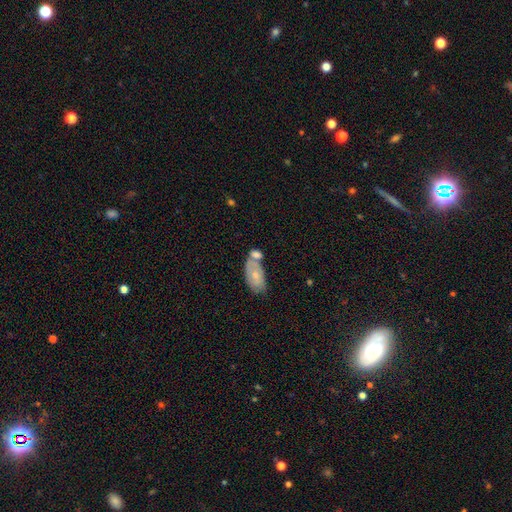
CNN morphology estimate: Smooth or featured?
  - smooth: 62% *
  - featured or disk: 31%
  - star or artifact: 7%
How rounded?
  - in between: 85% *
  - round: 10%
  - cigar-shaped: 5%
Merging?
  - merger: 44% *
  - none: 35%
  - minor disturbance: 16%
  - major disturbance: 6%